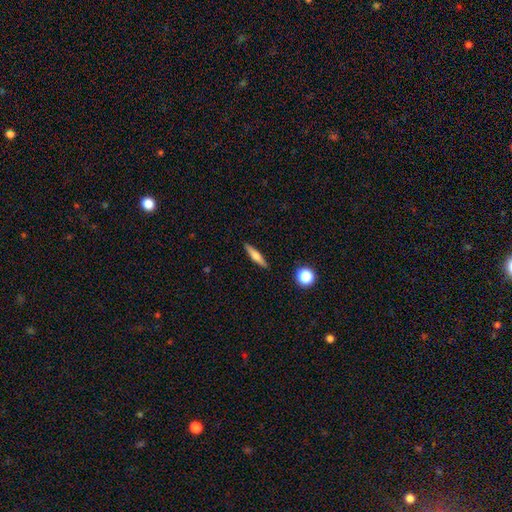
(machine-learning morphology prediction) smooth 53%, featured or disk 40%, star or artifact 7%. Down the decision tree: how rounded — cigar-shaped (83%); merging — none (90%).